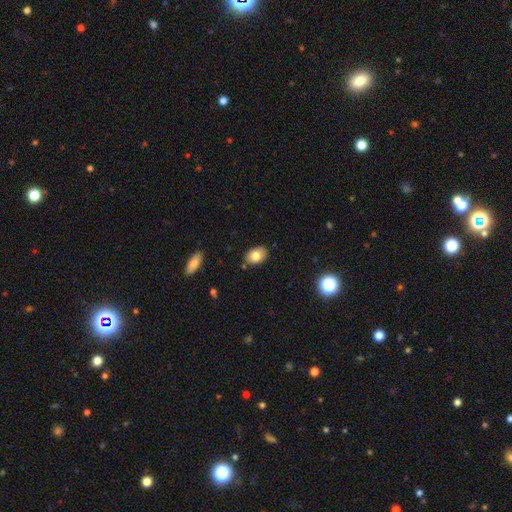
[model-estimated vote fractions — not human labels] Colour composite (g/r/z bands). It shows a smooth galaxy with no disk features (81%) that is in between round and cigar-shaped (81%). Merging: none (82%).